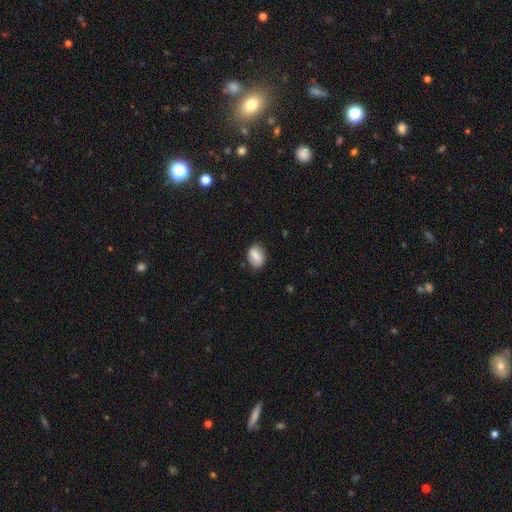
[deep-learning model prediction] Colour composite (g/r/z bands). It shows a smooth galaxy with no disk features (80%) that is in between round and cigar-shaped (76%). Merging: none (78%).